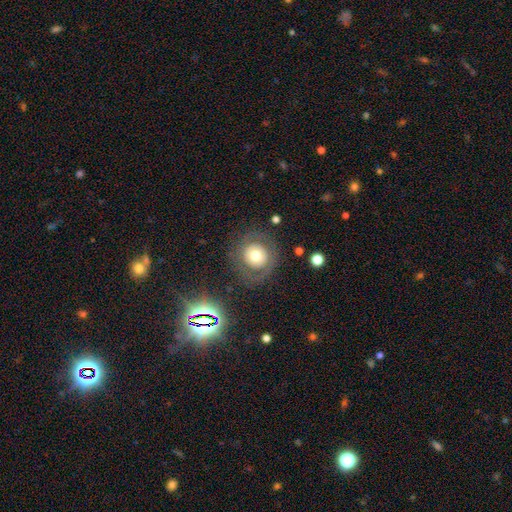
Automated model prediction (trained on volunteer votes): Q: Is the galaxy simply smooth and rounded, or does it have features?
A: smooth — 52%.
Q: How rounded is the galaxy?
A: round — 90%.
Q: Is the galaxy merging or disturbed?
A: none — 76%.